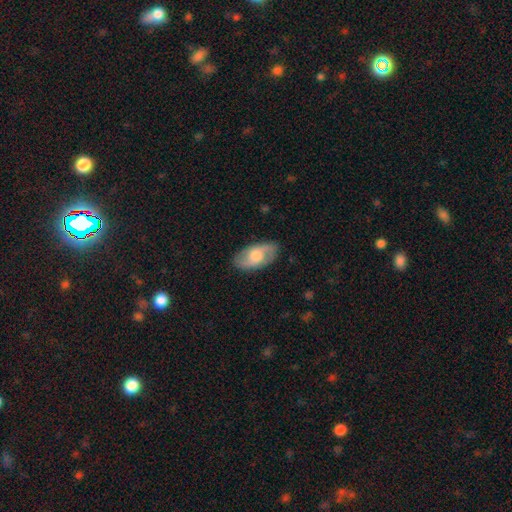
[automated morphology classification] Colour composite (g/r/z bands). It shows a smooth galaxy with no disk features (47%, tied with featured or disk). Merging: none (82%).